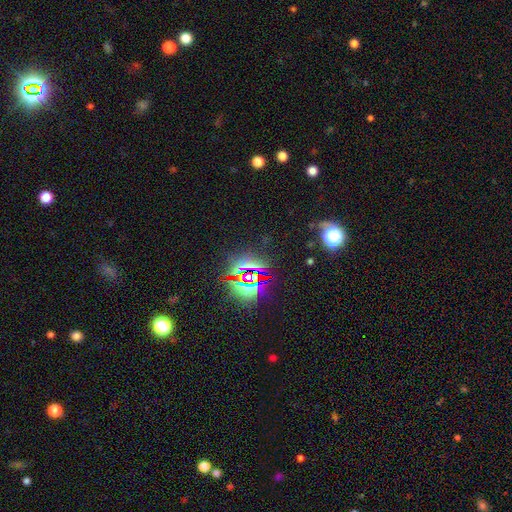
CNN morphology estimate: This appears to be a star or artifact, not a galaxy (81%).